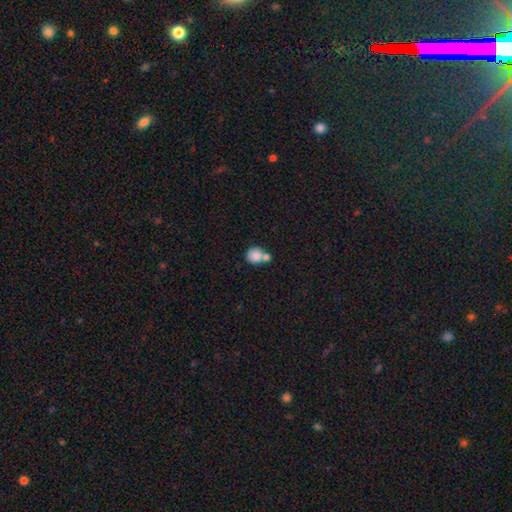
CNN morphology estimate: A smooth galaxy with no disk features (83%) that is round (84%). Merging: merger (45%).